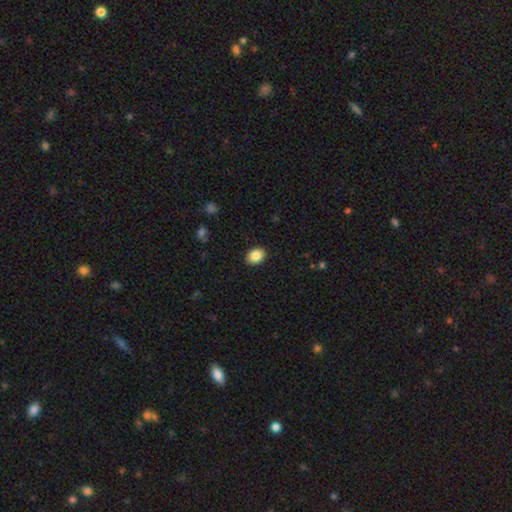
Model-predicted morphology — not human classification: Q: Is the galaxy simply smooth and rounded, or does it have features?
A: smooth — 87%.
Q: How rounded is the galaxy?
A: in between — 63%.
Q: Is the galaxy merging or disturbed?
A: none — 91%.